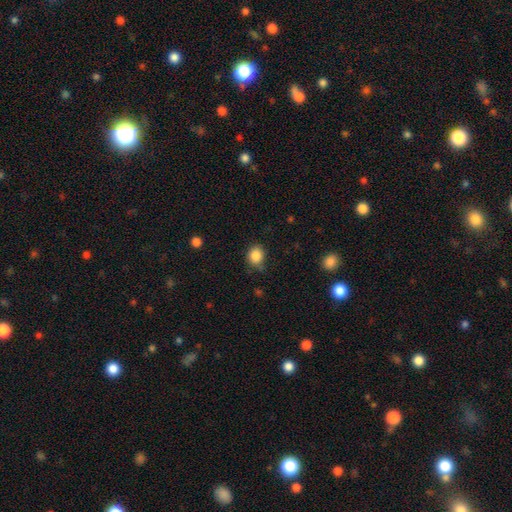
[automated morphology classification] The model was most divided on "how rounded": round: 71%, in between: 28%, cigar-shaped: 1%. More confident: smooth or featured — smooth (86%); merging — none (76%).